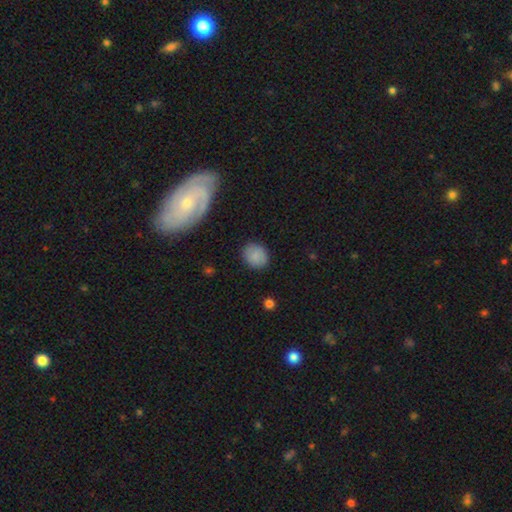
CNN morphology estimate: smooth_or_featured: smooth (p=0.84) [alt: star or artifact p=0.09]
how_rounded: round (p=0.60) [alt: in between p=0.39]
merging: none (p=0.86) [alt: minor disturbance p=0.10]